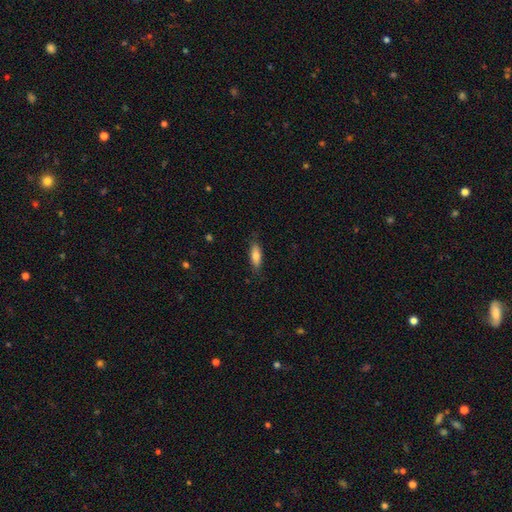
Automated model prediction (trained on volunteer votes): The model was most divided on "how rounded": in between: 56%, cigar-shaped: 42%, round: 2%. More confident: merging — none (83%); smooth or featured — smooth (75%).